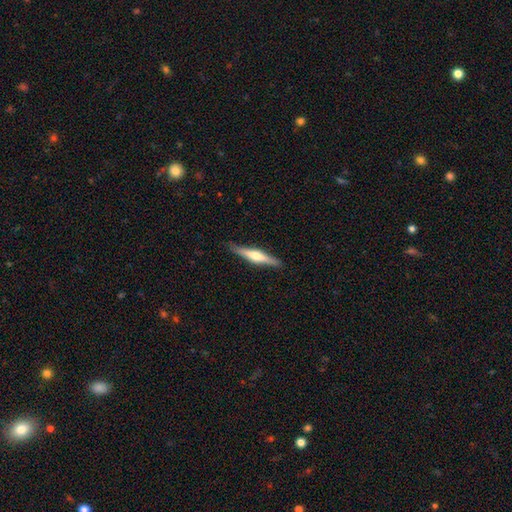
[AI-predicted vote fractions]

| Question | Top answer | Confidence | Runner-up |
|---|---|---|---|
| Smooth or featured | featured or disk | 65% | smooth (30%) |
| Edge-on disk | yes | 97% | no (3%) |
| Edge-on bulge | rounded | 88% | boxy (7%) |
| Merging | none | 88% | minor disturbance (9%) |